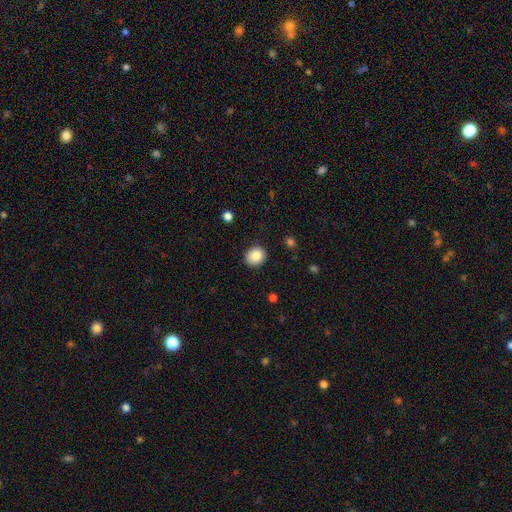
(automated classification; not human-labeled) The model was most divided on "how rounded": round: 82%, in between: 18%, cigar-shaped: 1%. More confident: merging — none (90%); smooth or featured — smooth (85%).